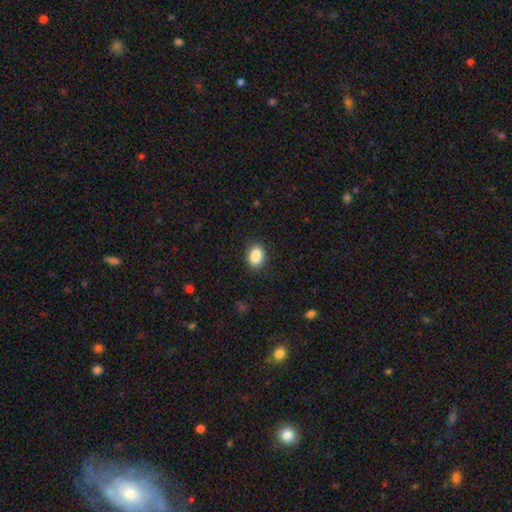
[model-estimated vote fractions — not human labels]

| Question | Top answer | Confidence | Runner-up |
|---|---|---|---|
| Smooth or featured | smooth | 89% | star or artifact (8%) |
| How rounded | in between | 75% | round (23%) |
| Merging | none | 88% | minor disturbance (9%) |